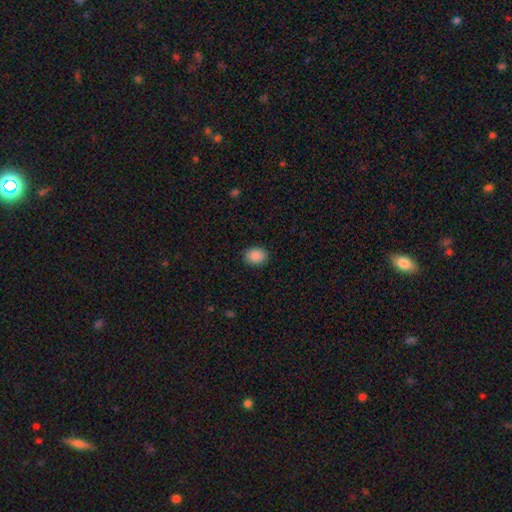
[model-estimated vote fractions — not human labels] smooth_or_featured: smooth (p=0.89) [alt: star or artifact p=0.08]
how_rounded: in between (p=0.58) [alt: round p=0.42]
merging: none (p=0.89) [alt: minor disturbance p=0.08]